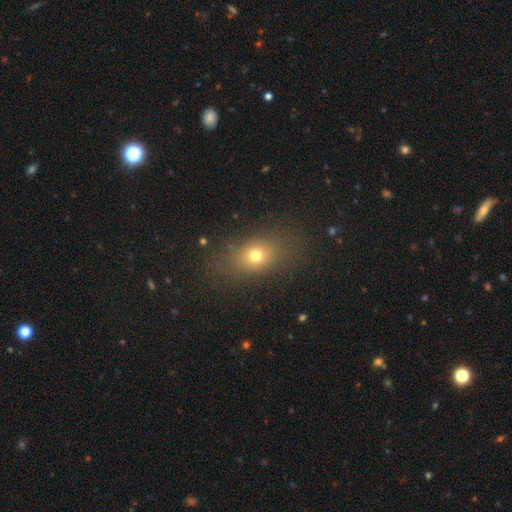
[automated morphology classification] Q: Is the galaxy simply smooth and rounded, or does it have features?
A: smooth — 70%.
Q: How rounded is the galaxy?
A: in between — 64%.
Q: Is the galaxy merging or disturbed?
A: none — 79%.